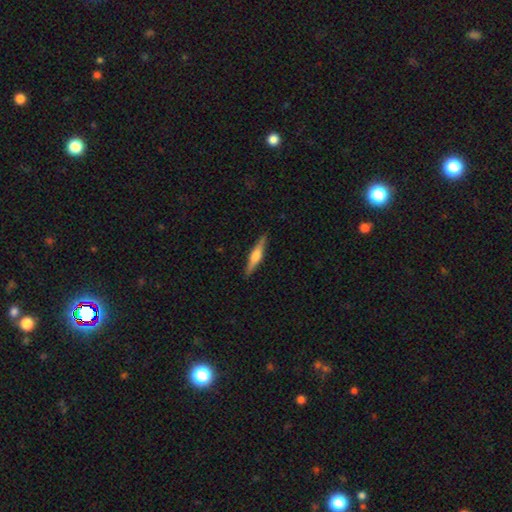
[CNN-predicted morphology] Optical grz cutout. It shows a featured or disk galaxy (60%) viewed edge-on (97%) with a rounded central bulge (80%). Merging: none (89%).